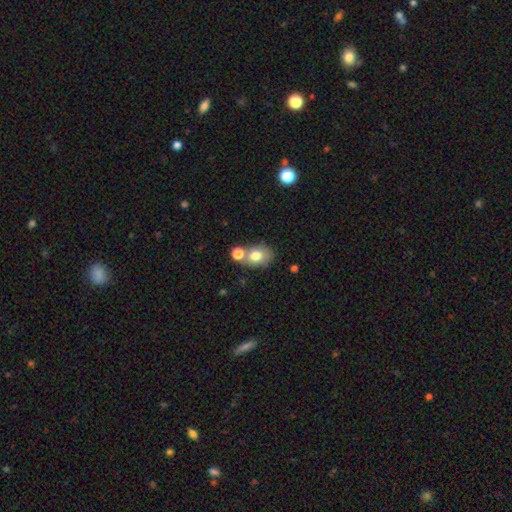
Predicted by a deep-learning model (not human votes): smooth-or-featured: smooth: 75% | featured or disk: 16% | star or artifact: 10%
  how-rounded: in between: 59% | round: 40% | cigar-shaped: 1%
  merging: none: 47% | merger: 33% | minor disturbance: 14% | major disturbance: 6%